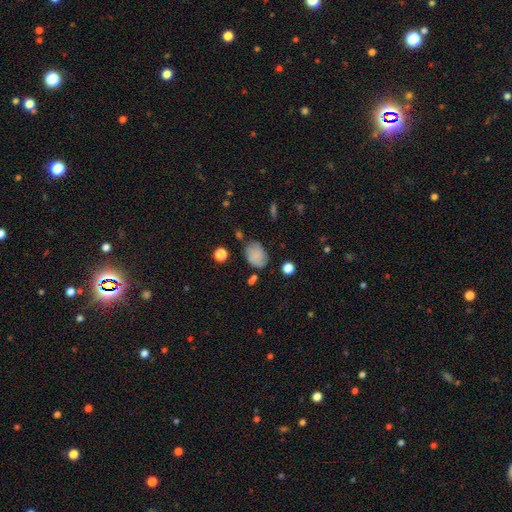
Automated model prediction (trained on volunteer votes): This appears to be a smooth galaxy with no disk features (73%) that is in between round and cigar-shaped (72%). Merging: none (62%).